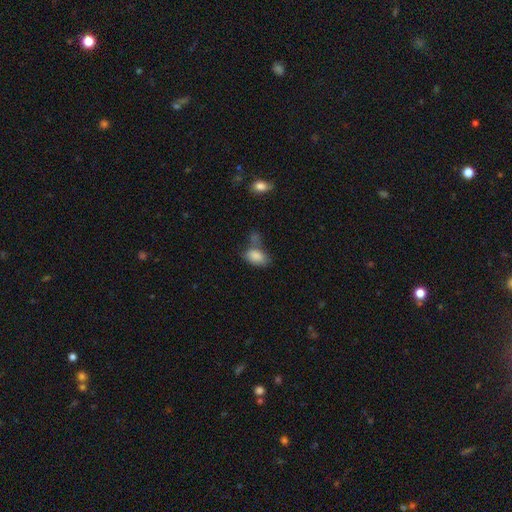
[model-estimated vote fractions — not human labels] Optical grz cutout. It shows a smooth galaxy with no disk features (85%) that is in between round and cigar-shaped (92%). Merging: none (42%).